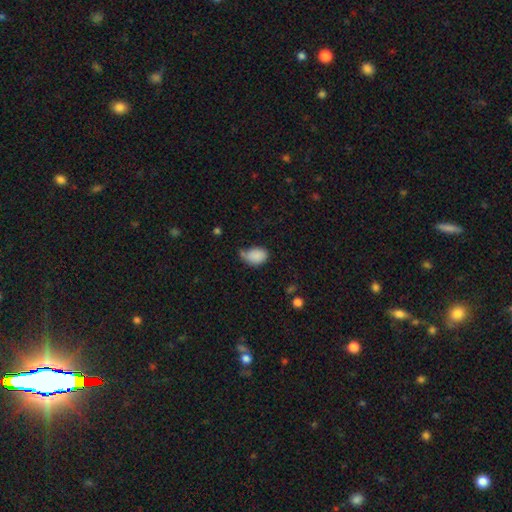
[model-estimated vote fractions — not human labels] The model was most divided on "merging": none: 44%, minor disturbance: 36%, major disturbance: 12%, merger: 8%. More confident: smooth or featured — smooth (86%); how rounded — in between (82%).